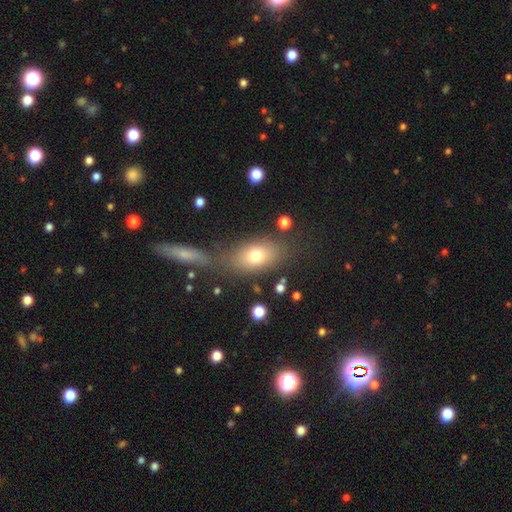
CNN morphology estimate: This appears to be a smooth galaxy with no disk features (72%) that is in between round and cigar-shaped (80%). Merging: none (63%).